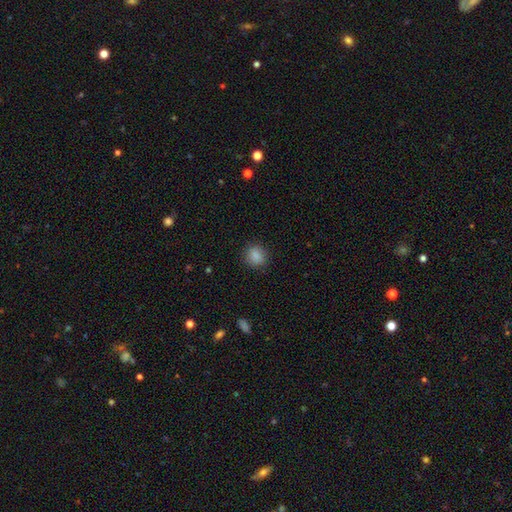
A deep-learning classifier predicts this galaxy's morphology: smooth_or_featured: smooth (p=0.87) [alt: star or artifact p=0.10]
how_rounded: round (p=0.82) [alt: in between p=0.17]
merging: none (p=0.88) [alt: minor disturbance p=0.09]